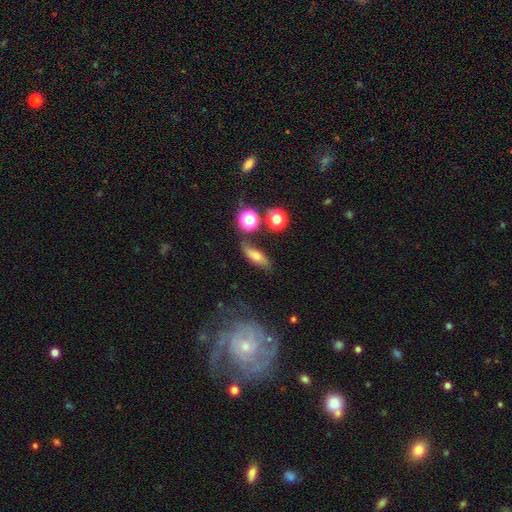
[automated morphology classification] Smooth or featured?
  - smooth: 58% *
  - featured or disk: 28%
  - star or artifact: 14%
How rounded?
  - in between: 58% *
  - cigar-shaped: 33%
  - round: 10%
Merging?
  - none: 66% *
  - minor disturbance: 20%
  - major disturbance: 7%
  - merger: 6%